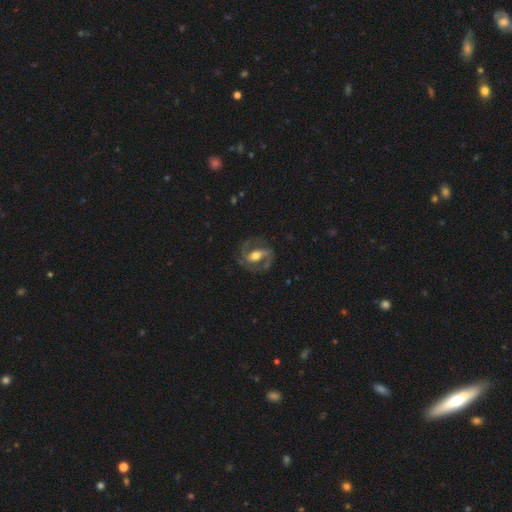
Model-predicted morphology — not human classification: Smooth or featured? Predicted: featured or disk (p=0.86). Edge-on disk? Predicted: no (p=0.96). Bar? Predicted: strong (p=0.48). Spiral arms? Predicted: yes (p=0.93). Spiral winding? Predicted: medium (p=0.57). Spiral arm count? Predicted: 2 (p=0.91). Bulge size? Predicted: moderate (p=0.69). Merging? Predicted: none (p=0.79).